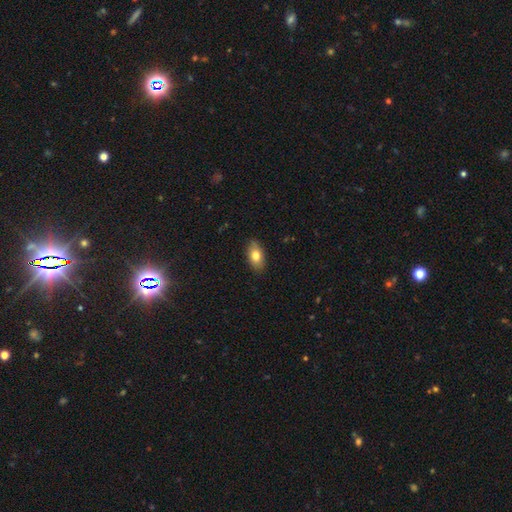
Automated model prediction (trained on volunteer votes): This appears to be a smooth galaxy with no disk features (78%) that is in between round and cigar-shaped (88%). Merging: none (86%).